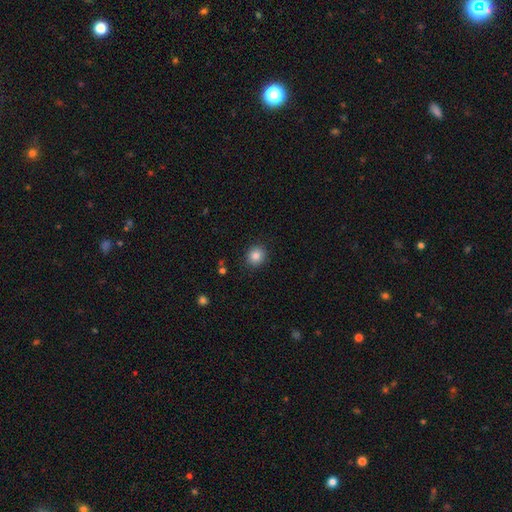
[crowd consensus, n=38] Morphology: type=smooth (82%); roundness=round (84%); merging=none (91%).